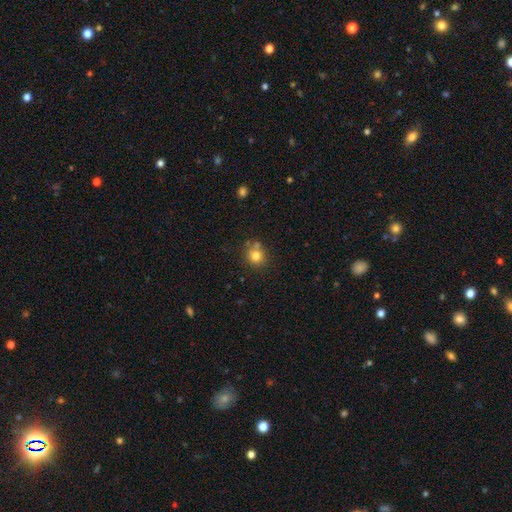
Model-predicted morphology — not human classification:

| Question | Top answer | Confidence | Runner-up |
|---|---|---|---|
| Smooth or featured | smooth | 79% | star or artifact (13%) |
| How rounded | round | 87% | in between (12%) |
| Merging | none | 70% | merger (15%) |